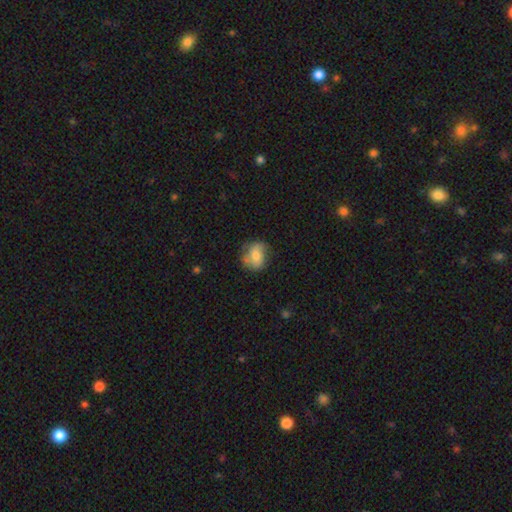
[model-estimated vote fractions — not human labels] Q: Smooth or featured?
A: smooth (61%); runner-up: featured or disk (31%)
Q: How rounded?
A: round (56%); runner-up: in between (42%)
Q: Merging?
A: none (62%); runner-up: minor disturbance (26%)